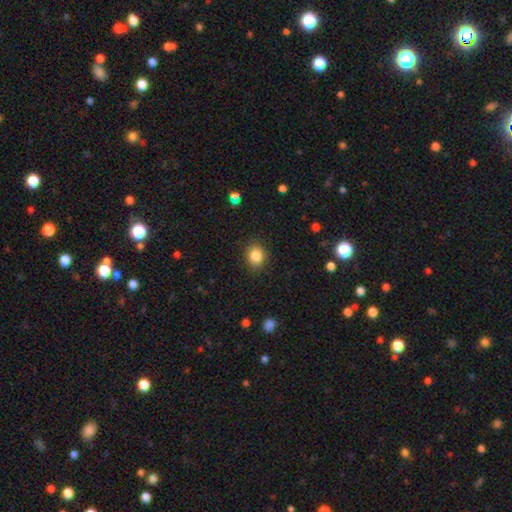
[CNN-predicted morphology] Smooth or featured? Predicted: smooth (p=0.85). How rounded? Predicted: round (p=0.56). Merging? Predicted: none (p=0.88).